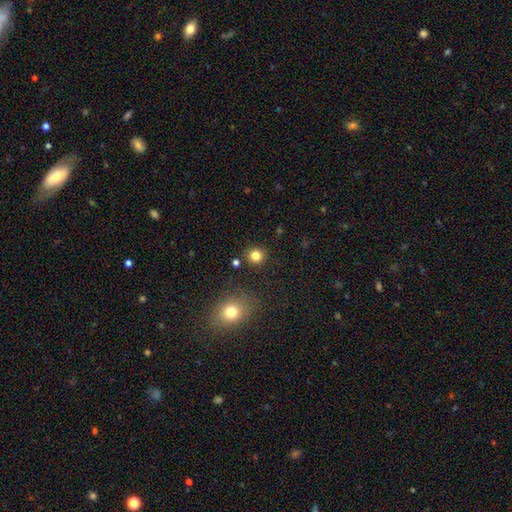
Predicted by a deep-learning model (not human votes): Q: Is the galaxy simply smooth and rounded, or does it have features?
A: smooth — 82%.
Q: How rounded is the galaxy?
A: round — 90%.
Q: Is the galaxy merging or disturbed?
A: none — 88%.